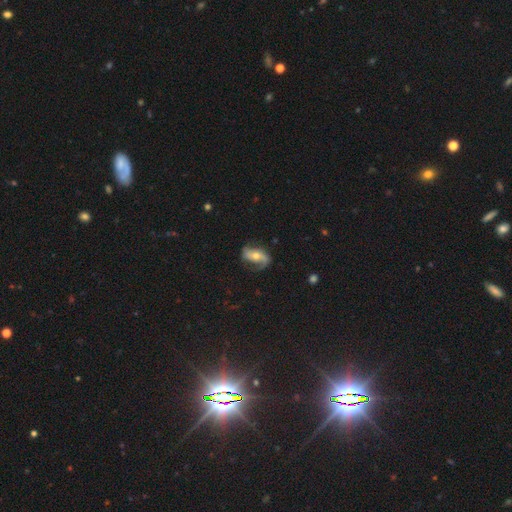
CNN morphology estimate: Overall: featured or disk (73%). Edge-on disk: no (94%). Bar: no (50%; weak 28%). Spiral arms: yes (90%). Spiral arm count: 2 (79%). Spiral winding: loose (54%; medium 31%). Bulge size: moderate (61%; small 33%). Merging: none (63%).